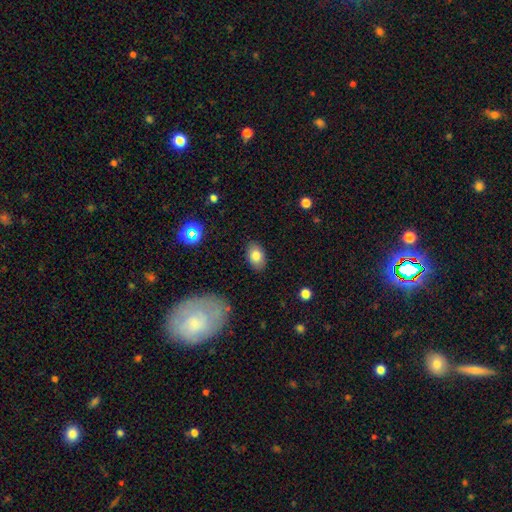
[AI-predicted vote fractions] smooth_or_featured: smooth (p=0.81) [alt: featured or disk p=0.11]
how_rounded: in between (p=0.88) [alt: round p=0.11]
merging: none (p=0.86) [alt: minor disturbance p=0.10]